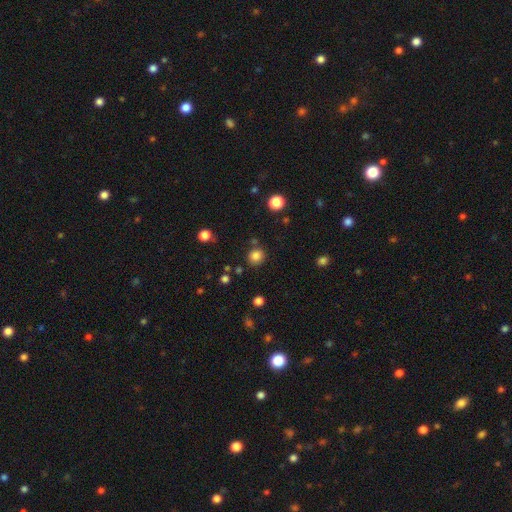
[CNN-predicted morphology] This is clearly a smooth galaxy (83%). How rounded: clearly round (88%). Merging: clearly none (82%).